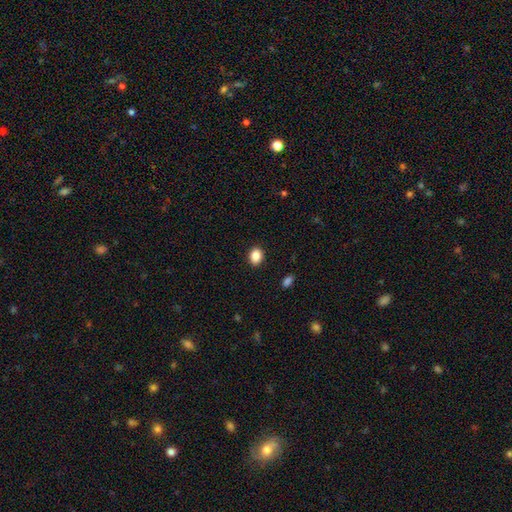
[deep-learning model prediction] smooth_or_featured: smooth (p=0.87) [alt: star or artifact p=0.09]
how_rounded: in between (p=0.53) [alt: round p=0.46]
merging: none (p=0.90) [alt: minor disturbance p=0.07]